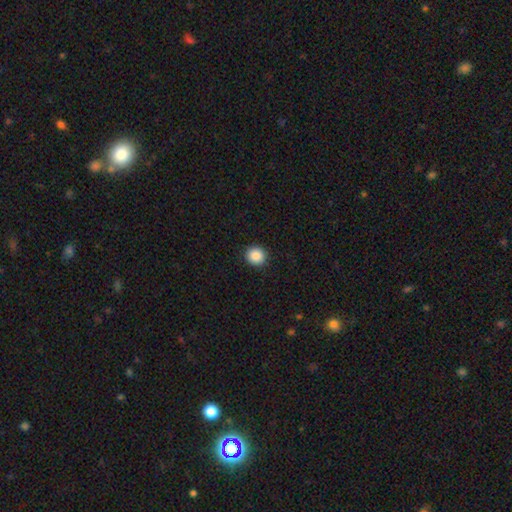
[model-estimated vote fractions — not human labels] Smooth or featured? smooth (87%)
How rounded? round (92%)
Merging? none (93%)